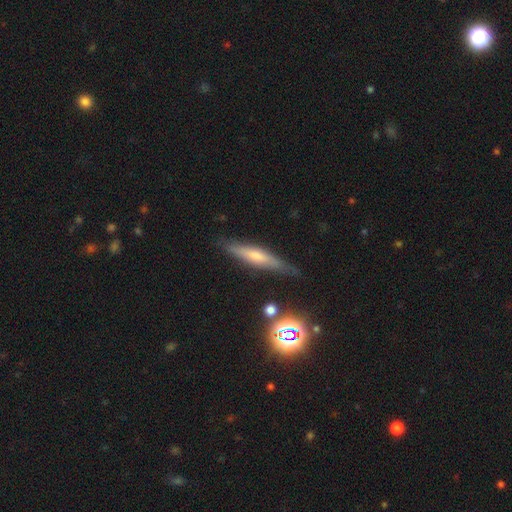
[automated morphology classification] smooth-or-featured: featured or disk: 47% | smooth: 42% | star or artifact: 11%
  merging: none: 81% | minor disturbance: 14% | major disturbance: 3% | merger: 2%